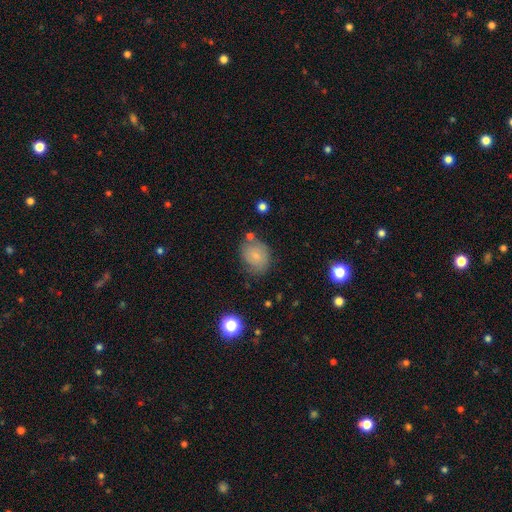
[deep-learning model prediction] A smooth galaxy with no disk features (73%) that is round (51%). Merging: none (63%).